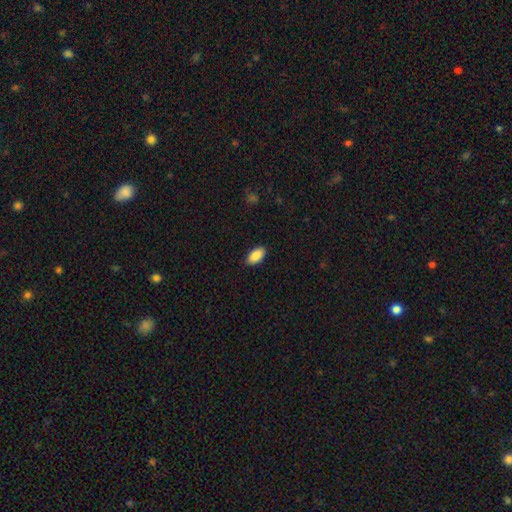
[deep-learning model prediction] A smooth galaxy with no disk features (88%) that is in between round and cigar-shaped (94%).

Vote fractions:
- Smooth or featured? smooth: 88% / star or artifact: 7% / featured or disk: 5%
- How rounded? in between: 94% / round: 3% / cigar-shaped: 3%
- Merging? none: 88% / minor disturbance: 9% / major disturbance: 2% / merger: 1%